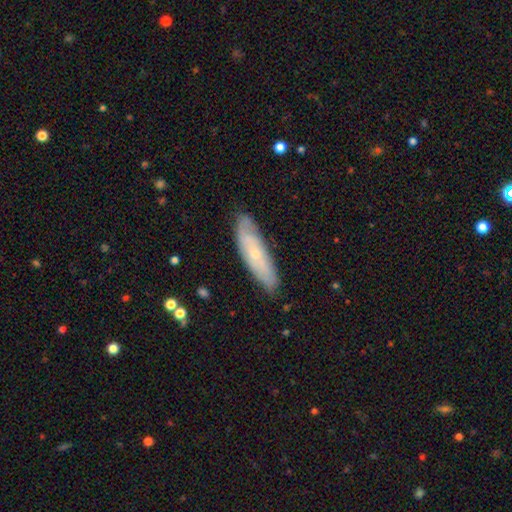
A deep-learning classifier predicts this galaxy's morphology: Smooth or featured? featured or disk (52%)
Edge-on disk? no (67%)
Merging? none (78%)